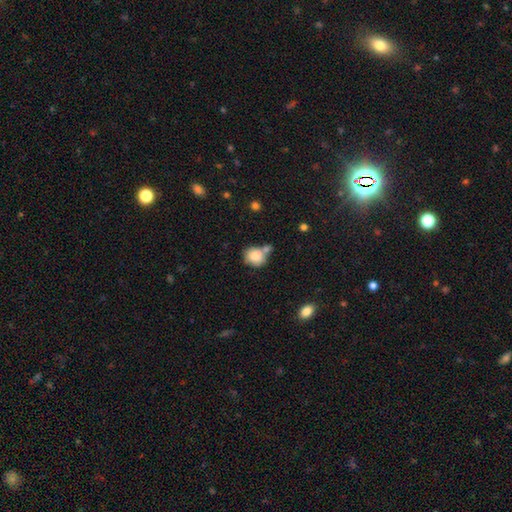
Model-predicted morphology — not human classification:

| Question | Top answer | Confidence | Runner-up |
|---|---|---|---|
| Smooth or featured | smooth | 83% | featured or disk (9%) |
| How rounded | round | 71% | in between (28%) |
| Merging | none | 41% | merger (37%) |